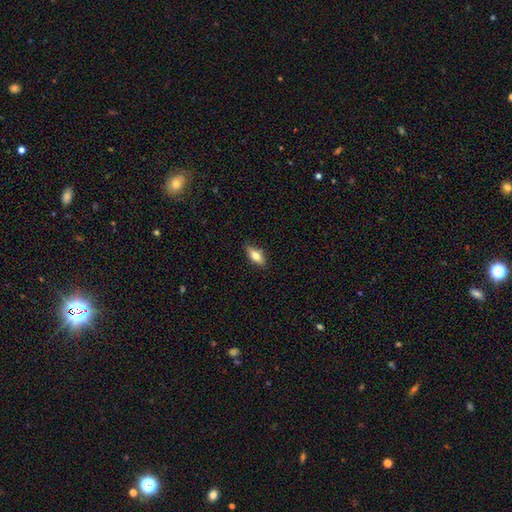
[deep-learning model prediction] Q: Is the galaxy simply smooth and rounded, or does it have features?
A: smooth — 70%.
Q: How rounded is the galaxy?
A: in between — 78%.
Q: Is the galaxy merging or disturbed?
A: none — 84%.